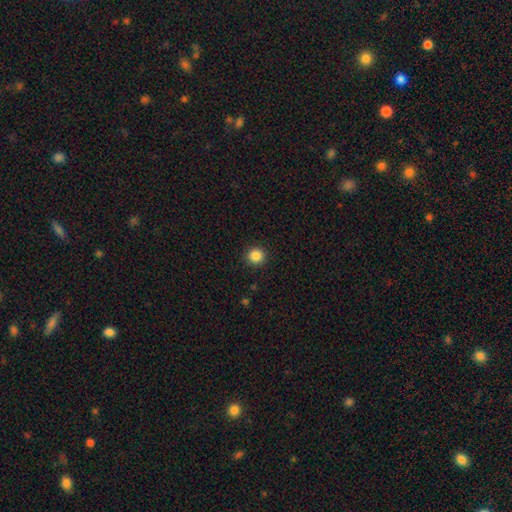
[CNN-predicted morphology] Smooth or featured?
  - smooth: 86% *
  - star or artifact: 11%
  - featured or disk: 3%
How rounded?
  - round: 94% *
  - in between: 5%
  - cigar-shaped: 1%
Merging?
  - none: 92% *
  - minor disturbance: 5%
  - major disturbance: 2%
  - merger: 1%